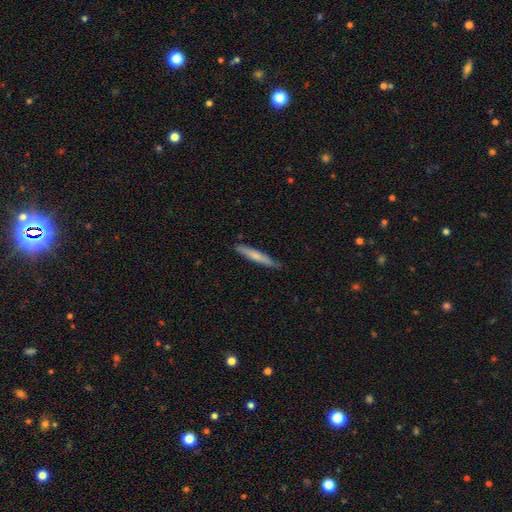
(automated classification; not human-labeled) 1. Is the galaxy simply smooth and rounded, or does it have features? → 70% smooth, 25% featured or disk, 5% star or artifact.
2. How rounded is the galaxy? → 94% cigar-shaped, 5% in between, 1% round.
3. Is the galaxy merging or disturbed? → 85% none, 12% minor disturbance, 2% major disturbance, 1% merger.